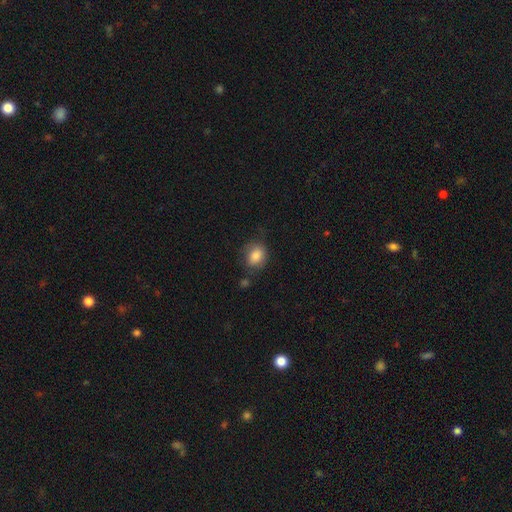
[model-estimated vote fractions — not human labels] Q: Smooth or featured?
A: smooth (83%); runner-up: featured or disk (9%)
Q: How rounded?
A: round (52%); runner-up: in between (47%)
Q: Merging?
A: none (66%); runner-up: minor disturbance (22%)